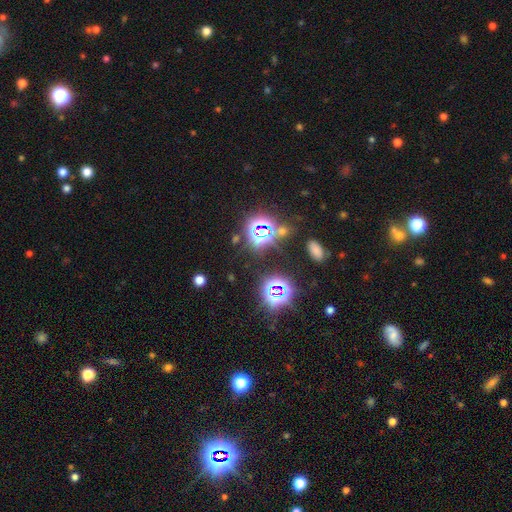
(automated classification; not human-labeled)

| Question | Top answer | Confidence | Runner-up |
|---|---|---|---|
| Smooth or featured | star or artifact | 76% | smooth (17%) |